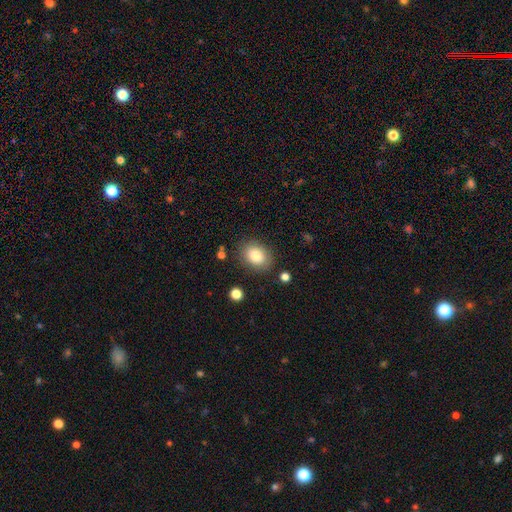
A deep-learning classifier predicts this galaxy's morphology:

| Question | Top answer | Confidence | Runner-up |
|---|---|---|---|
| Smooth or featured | smooth | 84% | star or artifact (8%) |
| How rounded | in between | 65% | round (35%) |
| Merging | none | 83% | minor disturbance (11%) |